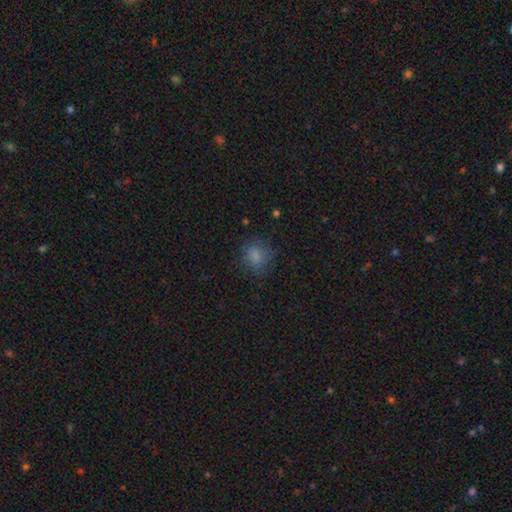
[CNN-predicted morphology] The model was most divided on "how rounded": round: 71%, in between: 28%, cigar-shaped: 1%. More confident: smooth or featured — smooth (80%); merging — none (73%).